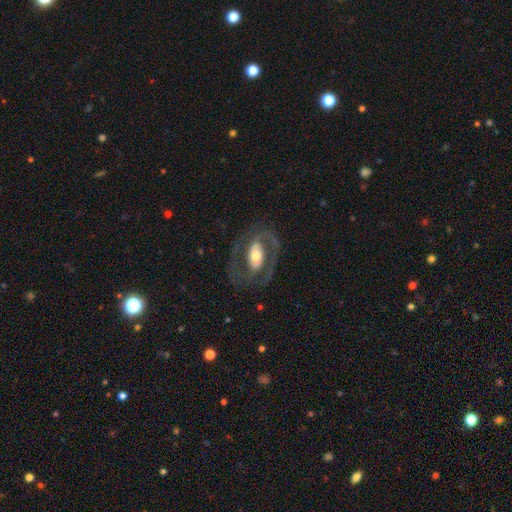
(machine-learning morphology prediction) type=featured or disk (77%); edge-on=no (95%); bar=no (39%); spiral arms=yes (74%); winding=medium (50%); arm count=2 (82%); bulge=moderate (60%); merging=none (70%).